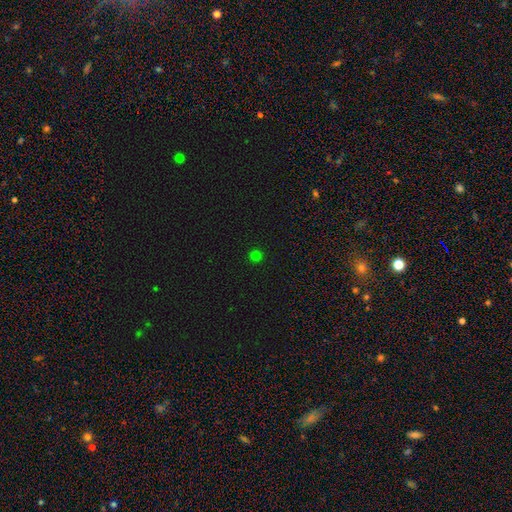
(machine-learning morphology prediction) Overall: smooth (76%). How rounded: round (96%). Merging: none (93%).